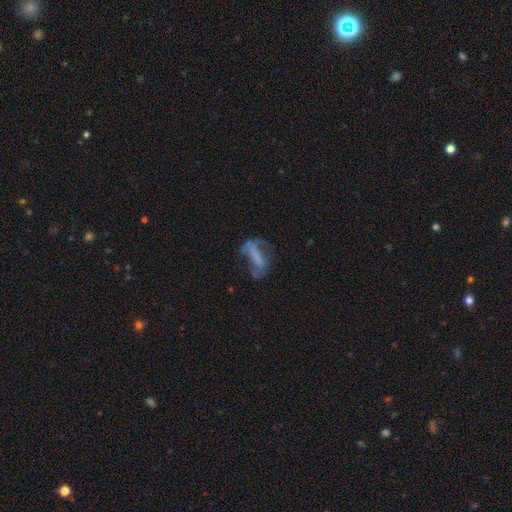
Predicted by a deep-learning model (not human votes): featured or disk 46%, smooth 39%, star or artifact 14%. Down the decision tree: merging — major disturbance (36%).